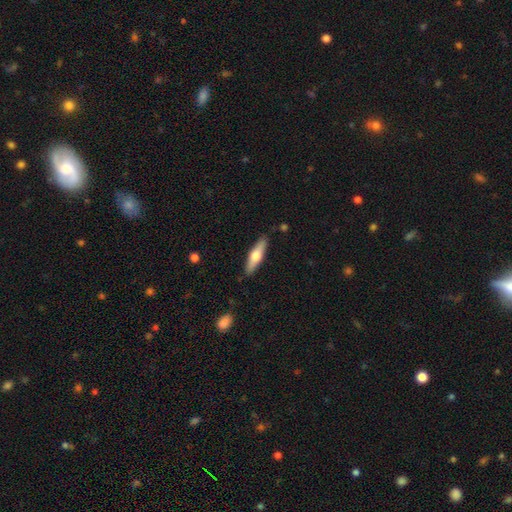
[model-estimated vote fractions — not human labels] A smooth galaxy with no disk features (53%) that is cigar-shaped (67%).

Vote fractions:
- Smooth or featured? smooth: 53% / featured or disk: 42% / star or artifact: 5%
- How rounded? cigar-shaped: 67% / in between: 31% / round: 2%
- Merging? none: 88% / minor disturbance: 9% / major disturbance: 2% / merger: 2%